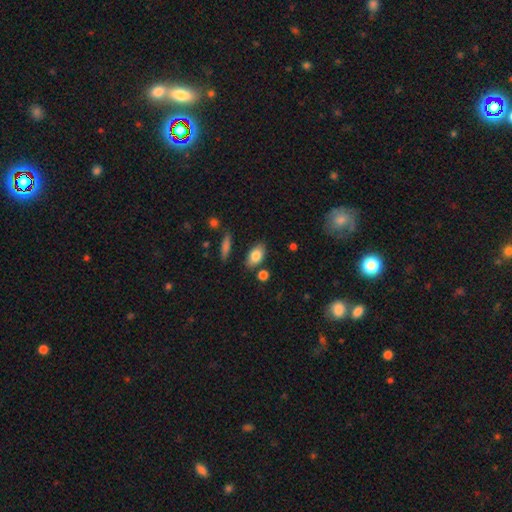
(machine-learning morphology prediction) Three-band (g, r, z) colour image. It shows a smooth galaxy with no disk features (82%) that is in between round and cigar-shaped (89%). Merging: none (78%).